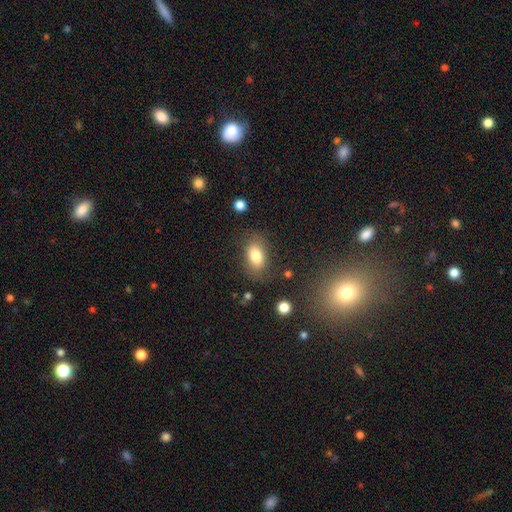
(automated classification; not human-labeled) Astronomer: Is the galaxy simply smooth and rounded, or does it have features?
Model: smooth — 80%.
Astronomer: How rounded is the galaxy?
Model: in between — 88%.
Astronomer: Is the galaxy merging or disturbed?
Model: none — 75%.